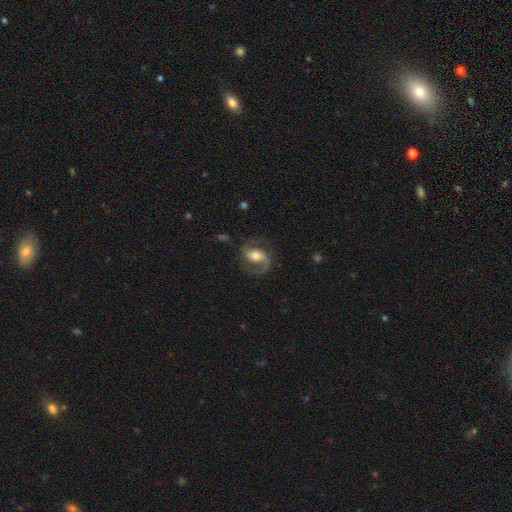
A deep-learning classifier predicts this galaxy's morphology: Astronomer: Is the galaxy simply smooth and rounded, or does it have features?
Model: featured or disk — 84%.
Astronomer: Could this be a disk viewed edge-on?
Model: no — 97%.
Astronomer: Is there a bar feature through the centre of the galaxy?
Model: weak — 41% (runner-up: no, 35%).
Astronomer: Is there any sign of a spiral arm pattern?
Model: yes — 95%.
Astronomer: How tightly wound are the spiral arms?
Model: medium — 52% (runner-up: loose, 35%).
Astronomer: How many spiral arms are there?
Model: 2 — 88%.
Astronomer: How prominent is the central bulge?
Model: moderate — 68%.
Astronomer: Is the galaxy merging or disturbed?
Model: none — 75%.